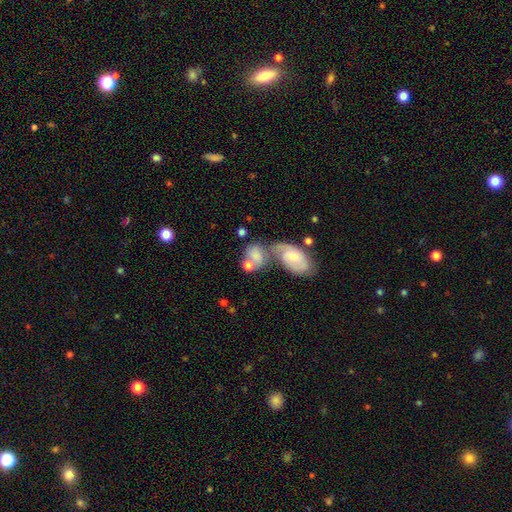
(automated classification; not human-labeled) The model was most divided on "smooth or featured": smooth: 55%, featured or disk: 37%, star or artifact: 8%. More confident: how rounded — in between (63%); merging — merger (58%).